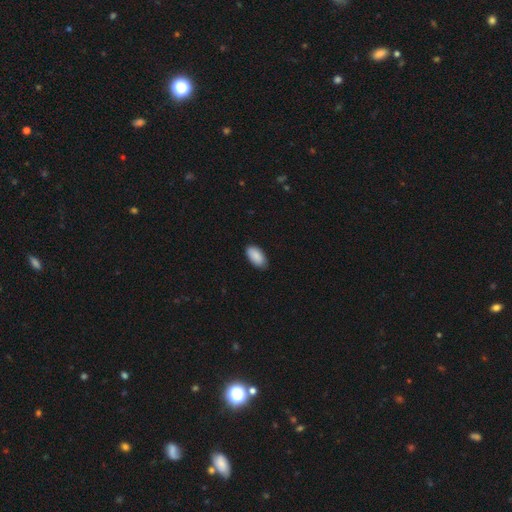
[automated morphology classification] The model was most divided on "merging": none: 82%, minor disturbance: 14%, major disturbance: 2%, merger: 1%. More confident: how rounded — in between (95%); smooth or featured — smooth (89%).